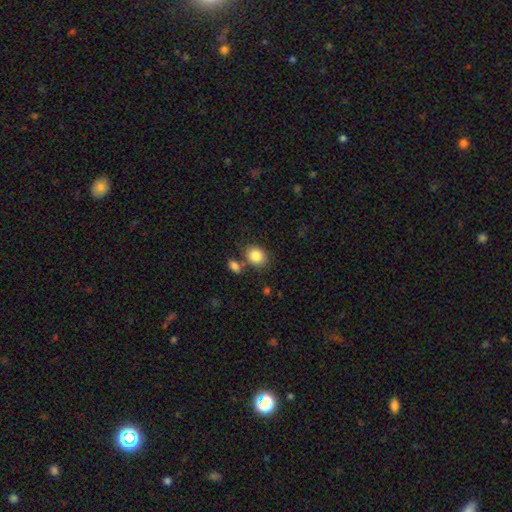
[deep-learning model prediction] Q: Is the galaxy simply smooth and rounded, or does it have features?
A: smooth — 85%.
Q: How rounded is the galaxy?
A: round — 60%.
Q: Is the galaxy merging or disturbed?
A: none — 70%.